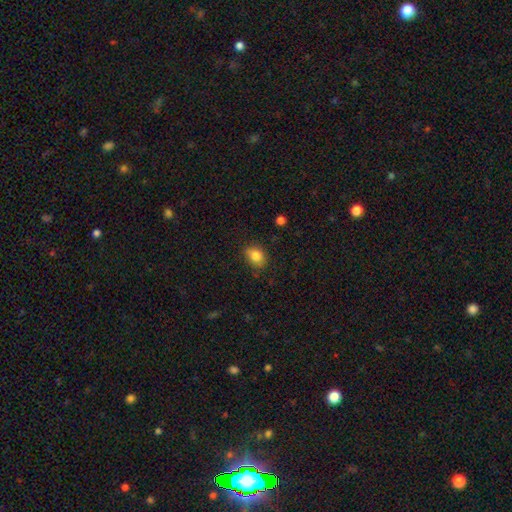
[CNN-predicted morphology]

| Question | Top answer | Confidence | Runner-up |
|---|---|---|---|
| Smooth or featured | smooth | 83% | star or artifact (10%) |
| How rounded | in between | 63% | round (35%) |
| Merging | none | 72% | minor disturbance (22%) |